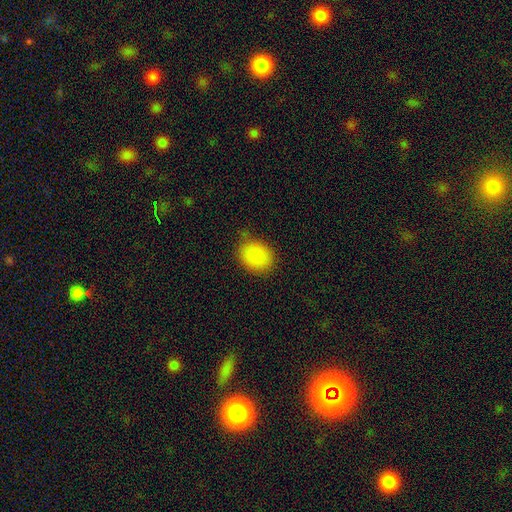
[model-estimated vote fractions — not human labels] A smooth galaxy with no disk features (87%) that is in between round and cigar-shaped (56%). Merging: none (73%).